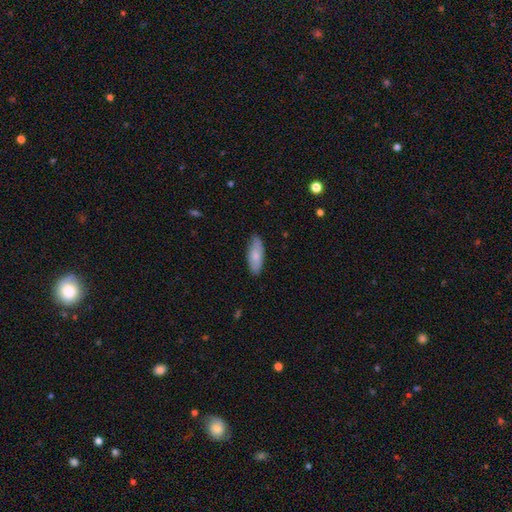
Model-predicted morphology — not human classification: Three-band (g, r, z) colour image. It shows a smooth galaxy with no disk features (76%) that is in between round and cigar-shaped (70%). Merging: none (84%).